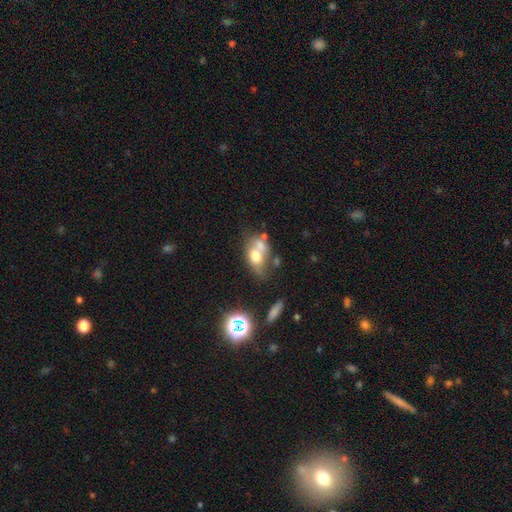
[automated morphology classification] A smooth galaxy with no disk features (59%) that is in between round and cigar-shaped (72%). Merging: merger (47%).